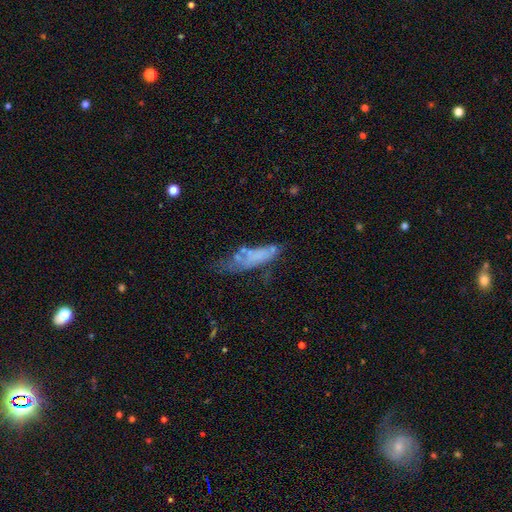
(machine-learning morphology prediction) A smooth galaxy with no disk features (45%).

Vote fractions:
- Smooth or featured? smooth: 45% / featured or disk: 42% / star or artifact: 13%
- Merging? none: 38% / minor disturbance: 27% / major disturbance: 25% / merger: 10%